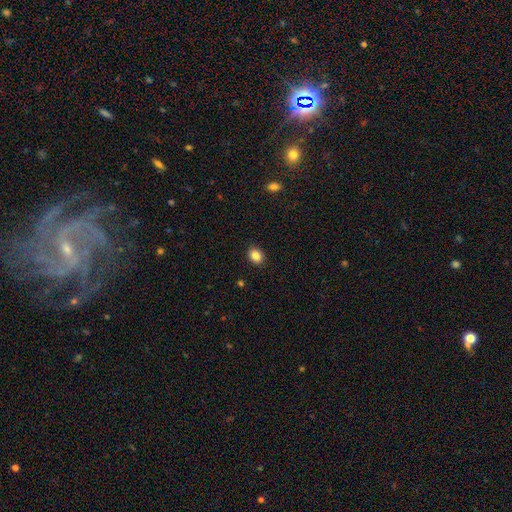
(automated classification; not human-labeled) Overall: smooth (86%). How rounded: in between (56%; round 43%). Merging: none (90%).